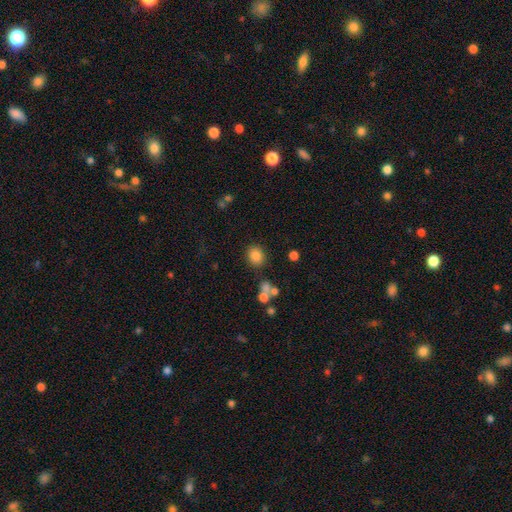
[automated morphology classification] Overall: smooth (82%). How rounded: round (69%; in between 30%). Merging: none (79%).